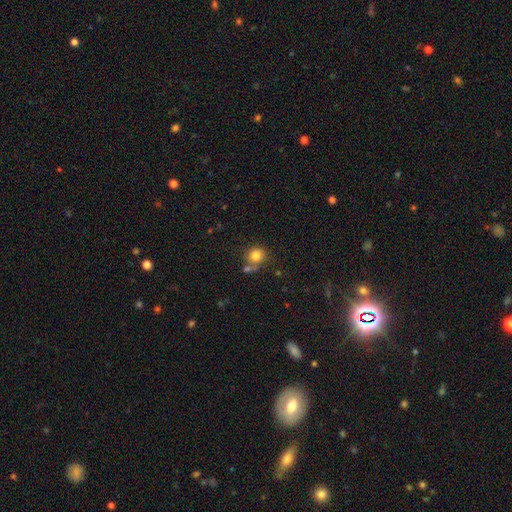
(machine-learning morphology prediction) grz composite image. It shows a smooth galaxy with no disk features (82%) that is round (88%). Merging: none (66%).